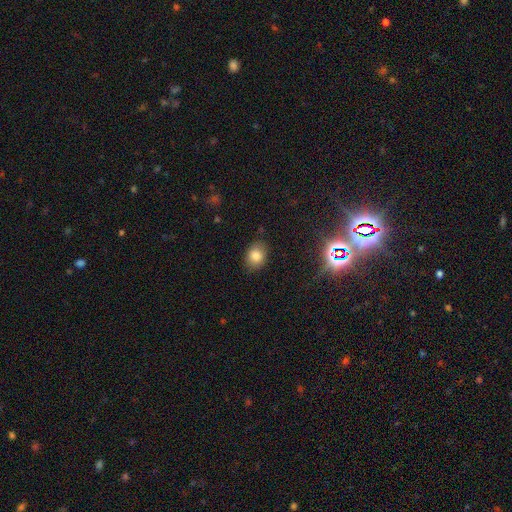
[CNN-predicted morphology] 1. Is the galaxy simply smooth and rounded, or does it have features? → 82% smooth, 11% star or artifact, 7% featured or disk.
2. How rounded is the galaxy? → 63% in between, 36% round, 1% cigar-shaped.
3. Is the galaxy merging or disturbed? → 85% none, 11% minor disturbance, 3% major disturbance, 1% merger.